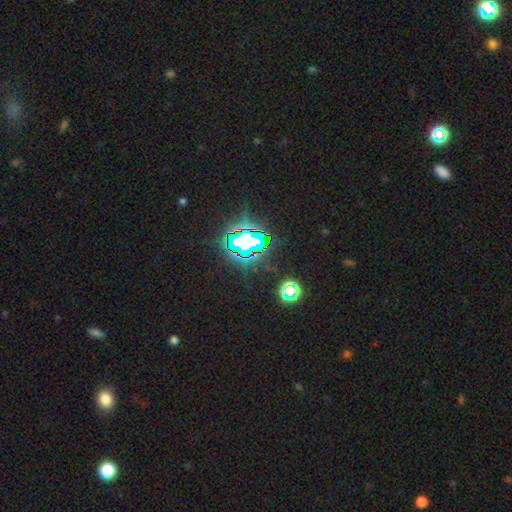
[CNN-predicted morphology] Smooth or featured? Predicted: star or artifact (p=0.82).